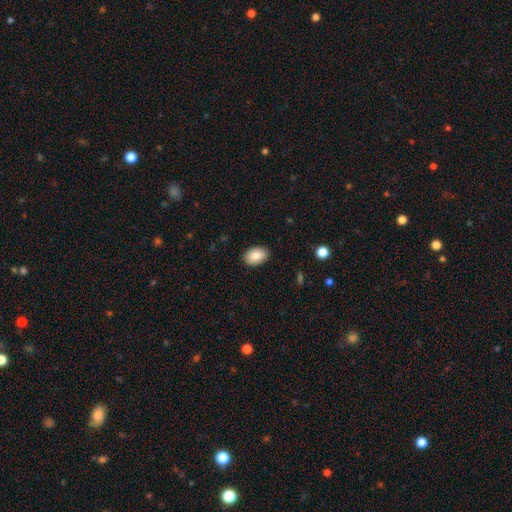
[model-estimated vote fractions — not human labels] This is clearly a smooth galaxy (85%). How rounded: clearly in between (88%). Merging: clearly none (88%).